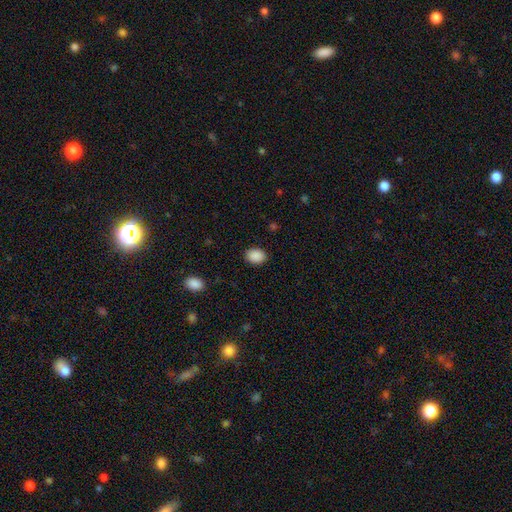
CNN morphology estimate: Smooth or featured?
  - smooth: 89% *
  - star or artifact: 8%
  - featured or disk: 3%
How rounded?
  - in between: 64% *
  - round: 35%
  - cigar-shaped: 1%
Merging?
  - none: 88% *
  - minor disturbance: 9%
  - major disturbance: 3%
  - merger: 1%